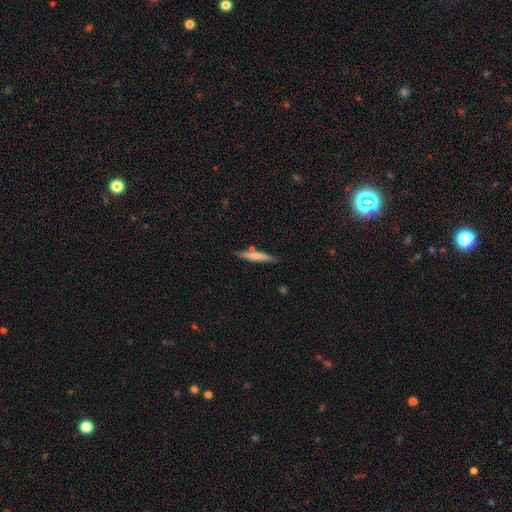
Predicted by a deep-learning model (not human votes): A smooth galaxy with no disk features (65%) that is cigar-shaped (92%). Merging: none (79%).